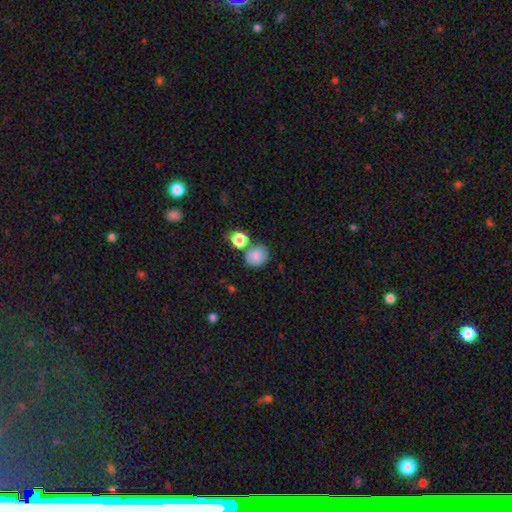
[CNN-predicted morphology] This appears to be a smooth galaxy with no disk features (83%) that is round (71%). Merging: none (67%).